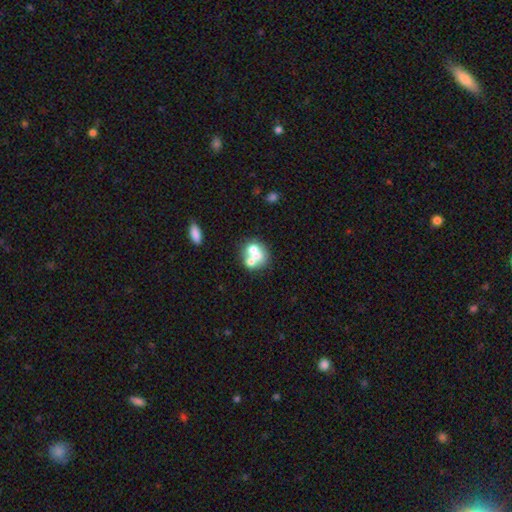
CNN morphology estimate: Q: Smooth or featured?
A: smooth (55%); runner-up: featured or disk (34%)
Q: How rounded?
A: round (68%); runner-up: in between (31%)
Q: Merging?
A: merger (57%); runner-up: none (30%)